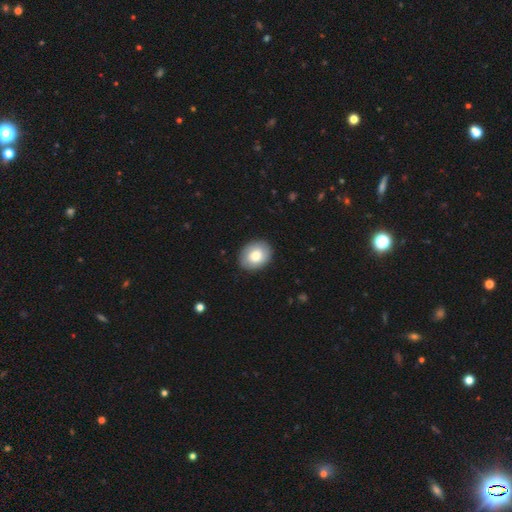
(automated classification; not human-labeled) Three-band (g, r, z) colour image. It shows a smooth galaxy with no disk features (75%) that is in between round and cigar-shaped (60%). Merging: none (87%).